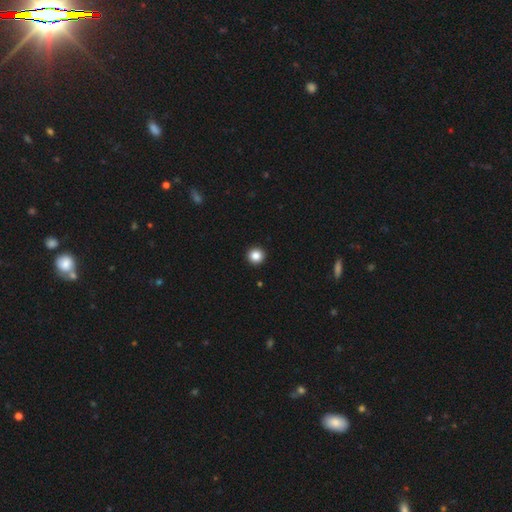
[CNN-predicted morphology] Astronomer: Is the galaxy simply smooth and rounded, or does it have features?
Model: smooth — 86%.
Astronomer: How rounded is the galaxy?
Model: round — 96%.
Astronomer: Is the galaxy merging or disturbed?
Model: none — 94%.